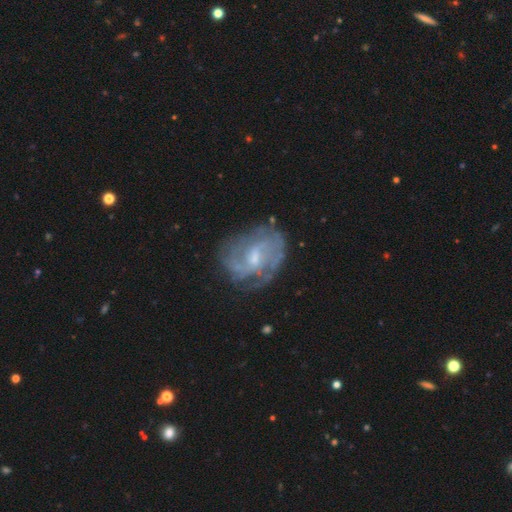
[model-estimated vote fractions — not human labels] smooth_or_featured: featured or disk (p=0.81) [alt: smooth p=0.12]
disk_edge_on: no (p=0.97) [alt: yes p=0.03]
bar: weak (p=0.56) [alt: no p=0.32]
has_spiral_arms: yes (p=0.90) [alt: no p=0.10]
spiral_winding: medium (p=0.44) [alt: tight p=0.38]
spiral_arm_count: 2 (p=0.46) [alt: can't tell p=0.29]
bulge_size: small (p=0.48) [alt: moderate p=0.40]
merging: none (p=0.66) [alt: minor disturbance p=0.20]